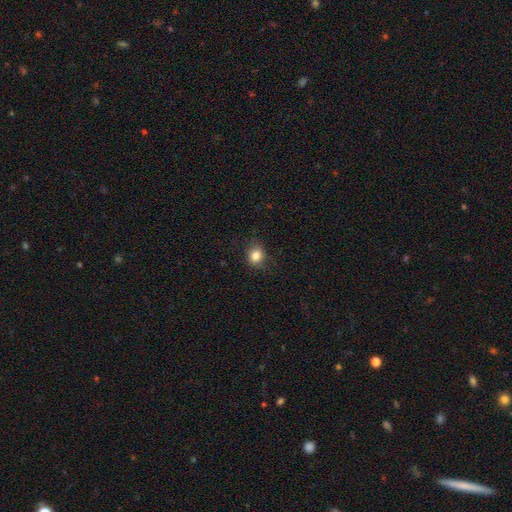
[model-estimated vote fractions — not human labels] A smooth galaxy with no disk features (83%) that is round (62%). Merging: none (80%).